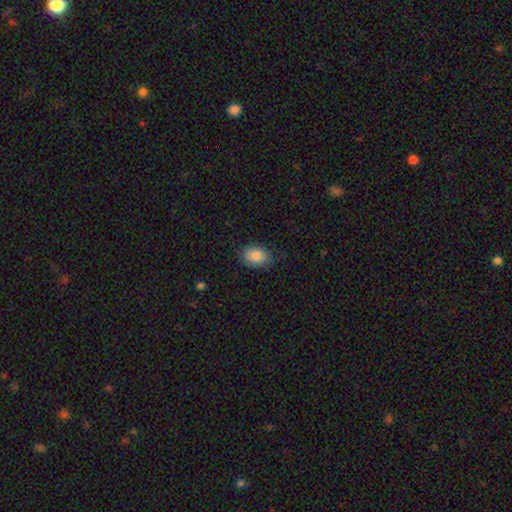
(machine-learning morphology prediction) smooth 86%, star or artifact 7%, featured or disk 7%. Down the decision tree: how rounded — in between (81%); merging — none (82%).